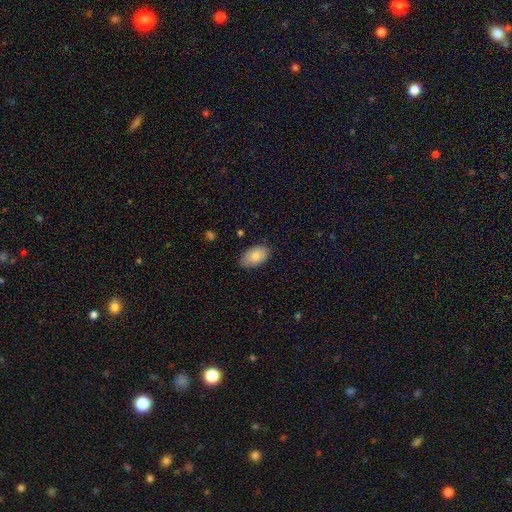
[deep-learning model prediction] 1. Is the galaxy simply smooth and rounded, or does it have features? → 83% smooth, 10% featured or disk, 6% star or artifact.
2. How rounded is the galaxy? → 93% in between, 5% round, 1% cigar-shaped.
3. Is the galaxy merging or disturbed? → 83% none, 14% minor disturbance, 2% major disturbance, 1% merger.